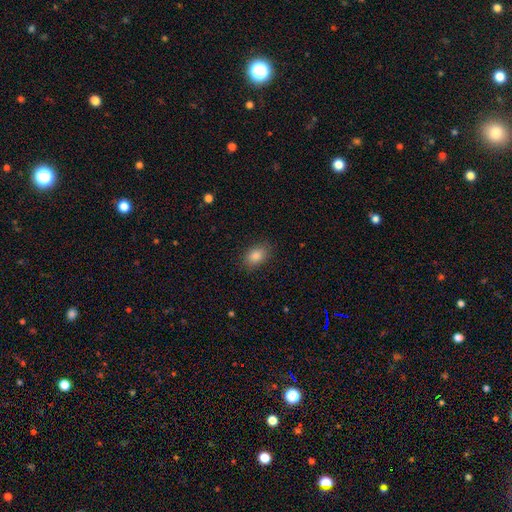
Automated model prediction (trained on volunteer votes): Smooth or featured?
  - smooth: 84% *
  - star or artifact: 10%
  - featured or disk: 6%
How rounded?
  - in between: 79% *
  - round: 19%
  - cigar-shaped: 1%
Merging?
  - none: 86% *
  - minor disturbance: 11%
  - major disturbance: 3%
  - merger: 1%